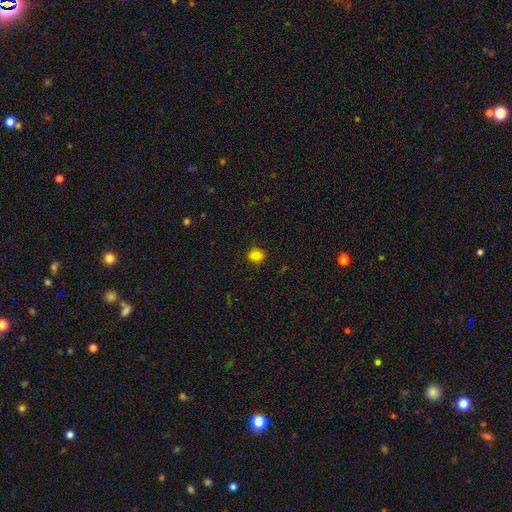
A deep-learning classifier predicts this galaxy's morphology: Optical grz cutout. It shows a smooth galaxy with no disk features (83%) that is round (60%). Merging: none (88%).